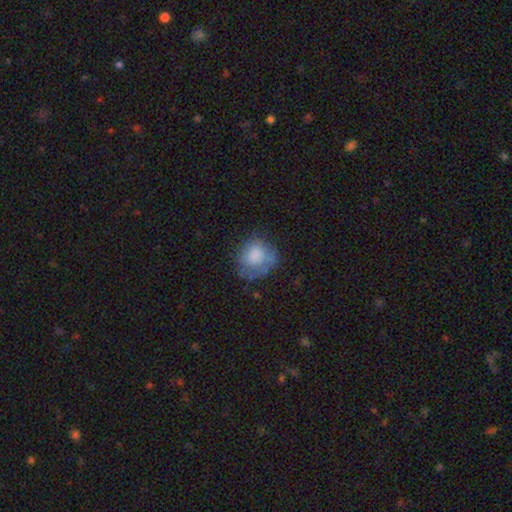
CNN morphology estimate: This is likely a smooth galaxy (70%). How rounded: likely round (75%). Merging: possibly none (55%).